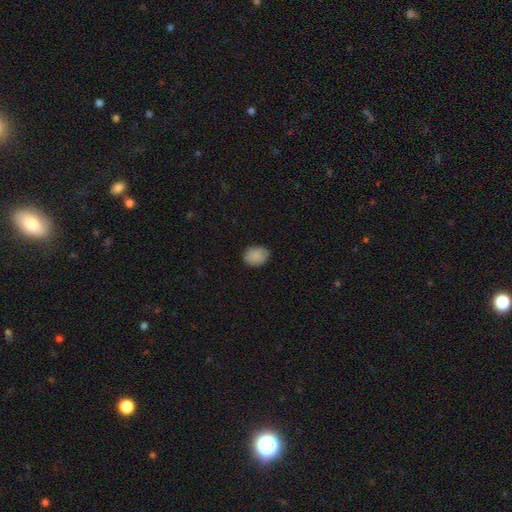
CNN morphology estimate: Q: Smooth or featured?
A: smooth (87%); runner-up: star or artifact (8%)
Q: How rounded?
A: in between (55%); runner-up: round (44%)
Q: Merging?
A: none (83%); runner-up: minor disturbance (13%)